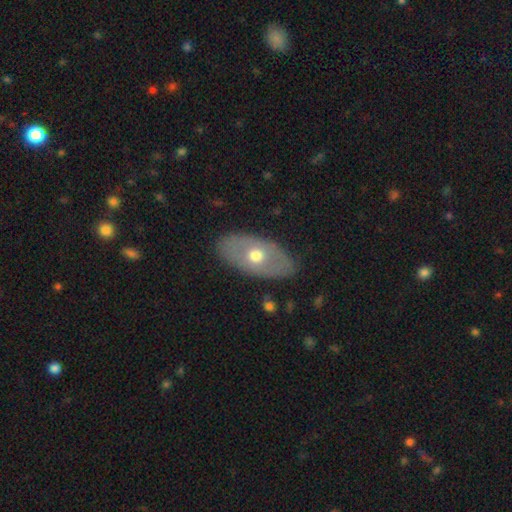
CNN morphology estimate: smooth_or_featured: smooth (p=0.49) [alt: featured or disk p=0.45]
merging: none (p=0.83) [alt: minor disturbance p=0.12]